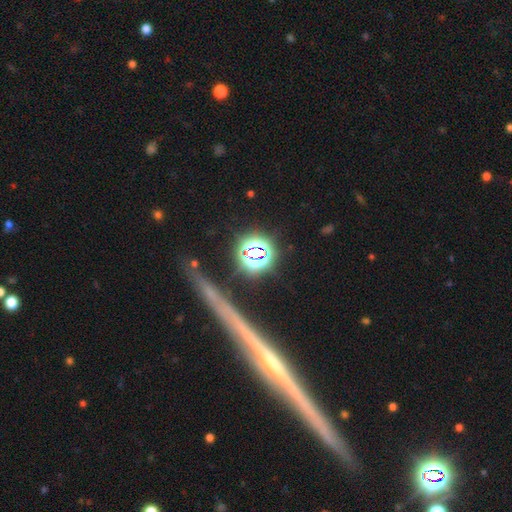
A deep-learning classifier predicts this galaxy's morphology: A star or artifact, not a galaxy (70%).